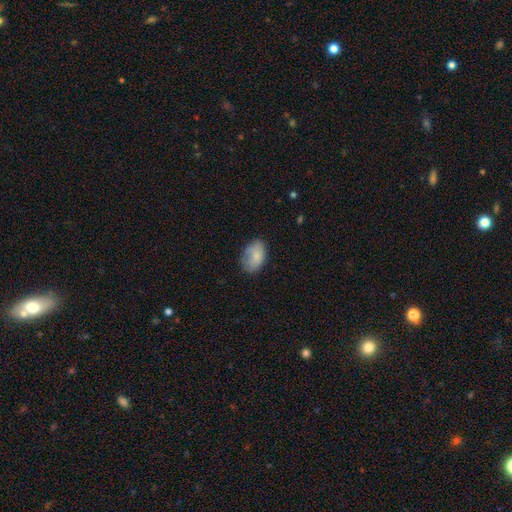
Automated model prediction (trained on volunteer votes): The model was most divided on "merging": none: 66%, minor disturbance: 26%, major disturbance: 7%, merger: 2%. More confident: how rounded — in between (87%); smooth or featured — smooth (82%).